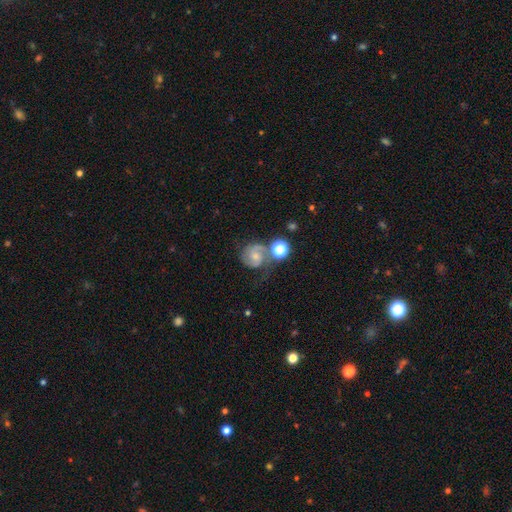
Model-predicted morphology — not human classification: The model was most divided on "bulge size": small: 45%, moderate: 42%, none: 7%, large: 4%, dominant: 1%. Remaining: edge-on disk — no (98%); spiral arms — yes (93%); spiral arm count — 2 (79%); smooth or featured — featured or disk (67%); bar — no (56%); merging — none (51%); spiral winding — medium (47%).